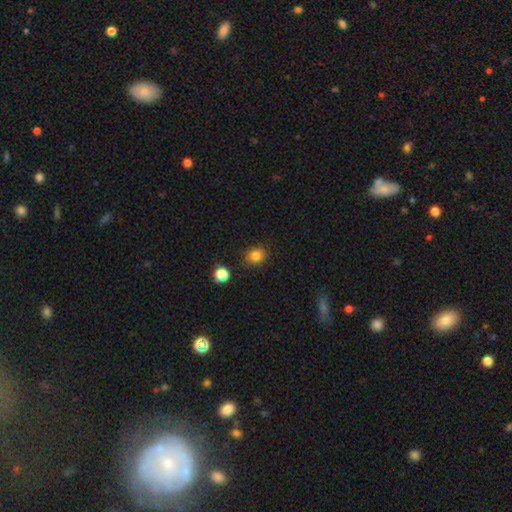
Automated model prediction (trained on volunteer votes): Smooth or featured?
  - smooth: 83% *
  - star or artifact: 12%
  - featured or disk: 5%
How rounded?
  - round: 71% *
  - in between: 28%
  - cigar-shaped: 1%
Merging?
  - none: 87% *
  - minor disturbance: 8%
  - major disturbance: 2%
  - merger: 2%